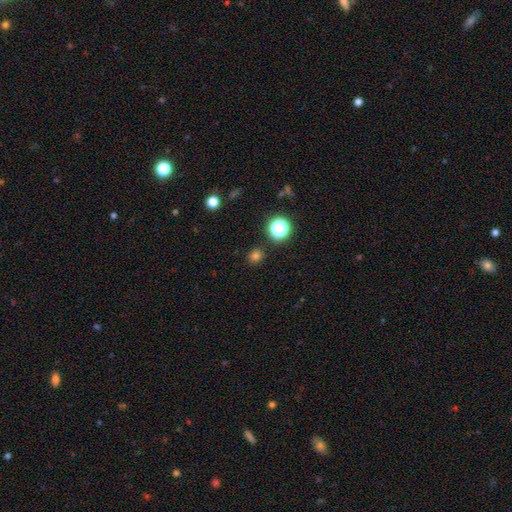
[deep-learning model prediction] smooth-or-featured: smooth: 74% | star or artifact: 20% | featured or disk: 5%
  how-rounded: round: 84% | in between: 15% | cigar-shaped: 1%
  merging: none: 87% | minor disturbance: 8% | major disturbance: 3% | merger: 2%